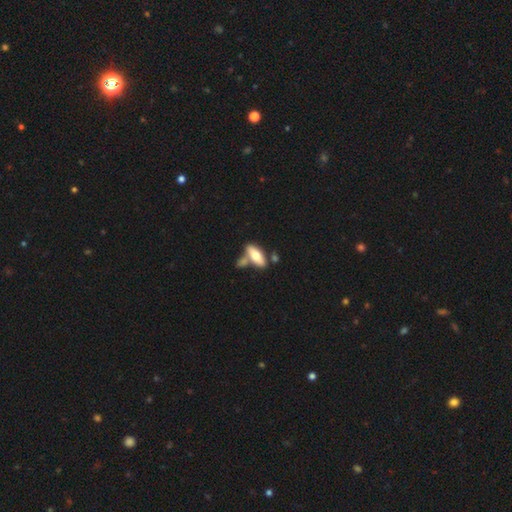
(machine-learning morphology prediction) smooth_or_featured: smooth (p=0.64) [alt: featured or disk p=0.30]
how_rounded: in between (p=0.73) [alt: cigar-shaped p=0.24]
merging: none (p=0.52) [alt: merger p=0.29]